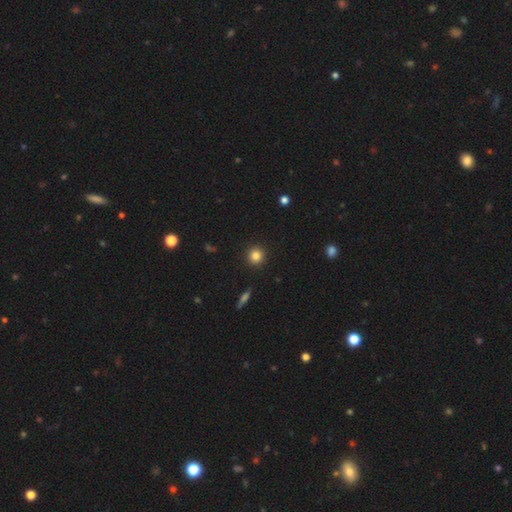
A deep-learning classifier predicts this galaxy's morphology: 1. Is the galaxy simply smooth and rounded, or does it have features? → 84% smooth, 11% star or artifact, 5% featured or disk.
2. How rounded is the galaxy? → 94% round, 5% in between, 1% cigar-shaped.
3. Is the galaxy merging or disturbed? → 92% none, 5% minor disturbance, 2% major disturbance, 1% merger.